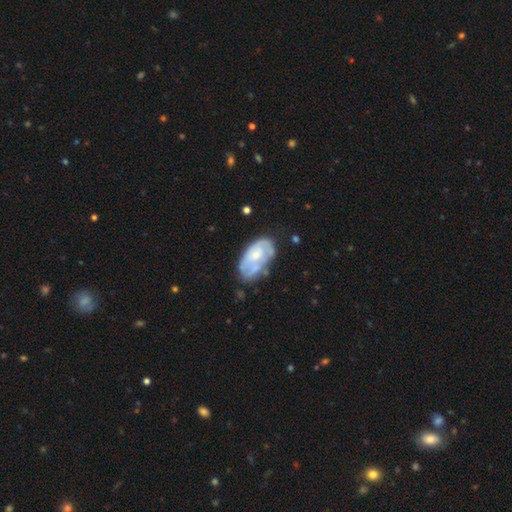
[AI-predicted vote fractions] Smooth or featured?
  - featured or disk: 59% *
  - smooth: 35%
  - star or artifact: 6%
Edge-on disk?
  - no: 95% *
  - yes: 5%
Bar?
  - no: 75% *
  - weak: 21%
  - strong: 4%
Spiral arms?
  - yes: 55% *
  - no: 45%
Bulge size?
  - small: 49% *
  - moderate: 37%
  - none: 9%
  - large: 3%
  - dominant: 1%
Merging?
  - none: 51% *
  - minor disturbance: 29%
  - major disturbance: 13%
  - merger: 7%